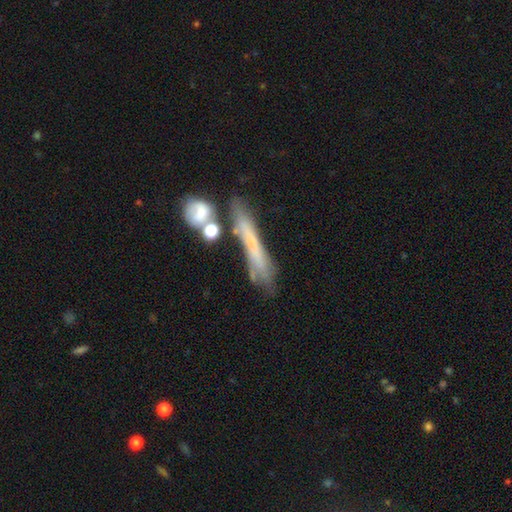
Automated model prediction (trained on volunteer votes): Morphology: type=smooth (54%); roundness=cigar-shaped (86%); merging=none (52%).